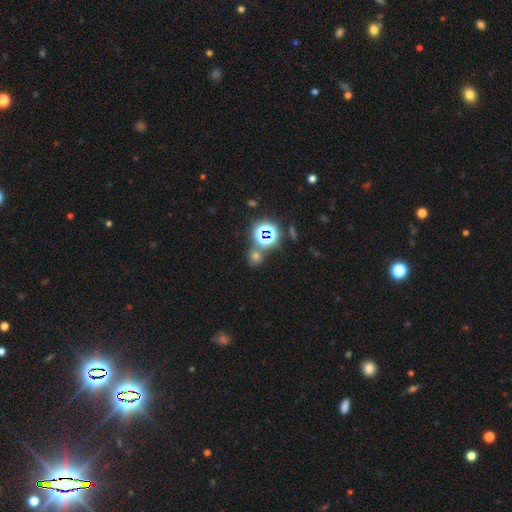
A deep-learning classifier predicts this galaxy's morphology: star or artifact 48%, smooth 44%, featured or disk 8%.